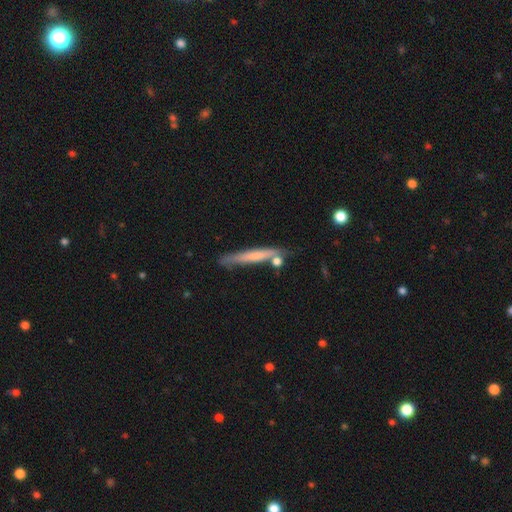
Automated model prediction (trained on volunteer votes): This appears to be a smooth galaxy with no disk features (55%) that is cigar-shaped (94%). Merging: none (68%).